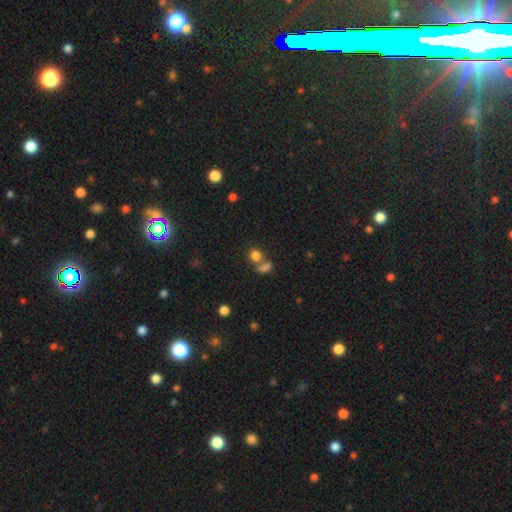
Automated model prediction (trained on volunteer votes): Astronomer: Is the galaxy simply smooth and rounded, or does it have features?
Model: smooth — 79%.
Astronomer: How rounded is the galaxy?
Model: round — 72%.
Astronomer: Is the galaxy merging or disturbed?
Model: none — 48% (runner-up: merger, 39%).